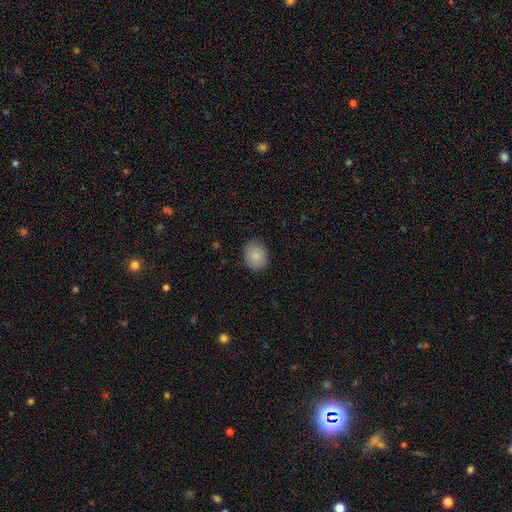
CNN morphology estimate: This appears to be a smooth galaxy with no disk features (84%) that is round (53%). Merging: none (84%).